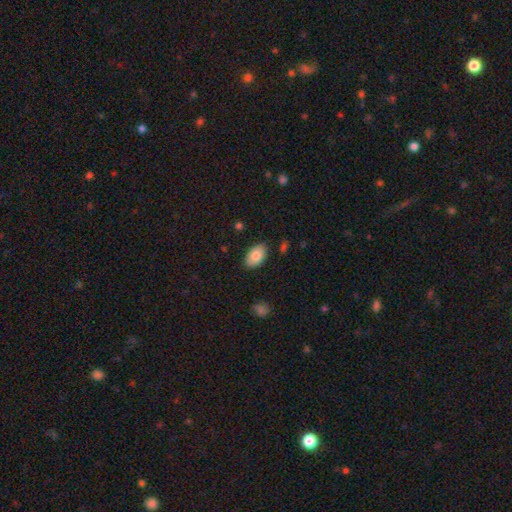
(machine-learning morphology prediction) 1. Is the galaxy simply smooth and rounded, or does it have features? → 81% smooth, 12% featured or disk, 7% star or artifact.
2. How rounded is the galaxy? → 93% in between, 5% round, 1% cigar-shaped.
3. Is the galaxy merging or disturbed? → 86% none, 11% minor disturbance, 2% major disturbance, 1% merger.